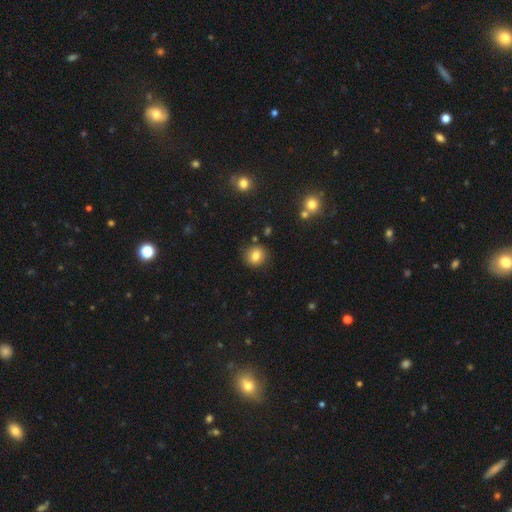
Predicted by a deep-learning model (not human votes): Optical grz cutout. It shows a smooth galaxy with no disk features (81%) that is round (78%). Merging: none (85%).